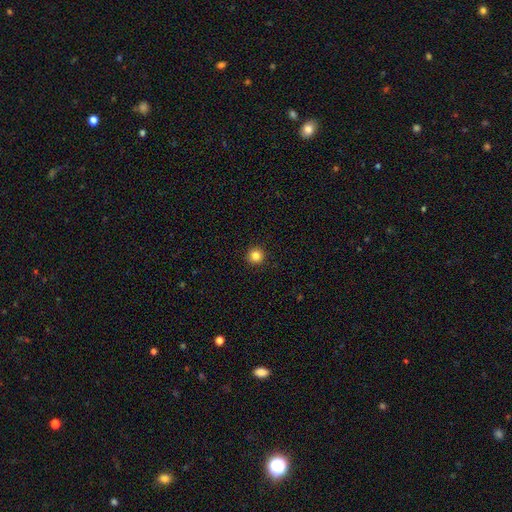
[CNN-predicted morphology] smooth 84%, star or artifact 11%, featured or disk 4%. Down the decision tree: how rounded — round (96%); merging — none (93%).